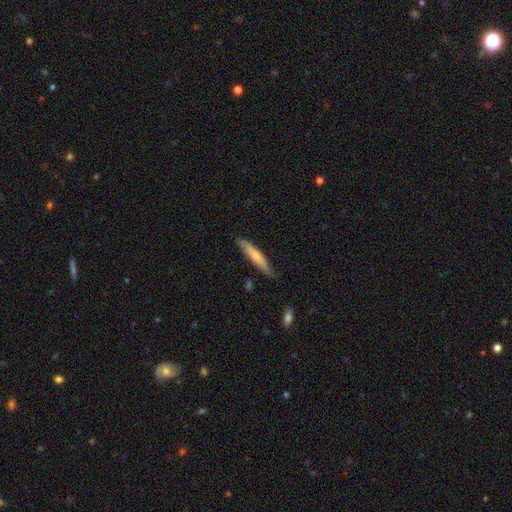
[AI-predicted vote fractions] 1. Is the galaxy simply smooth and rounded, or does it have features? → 64% smooth, 31% featured or disk, 5% star or artifact.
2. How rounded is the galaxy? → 89% cigar-shaped, 10% in between, 1% round.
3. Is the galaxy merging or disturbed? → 80% none, 16% minor disturbance, 2% major disturbance, 2% merger.